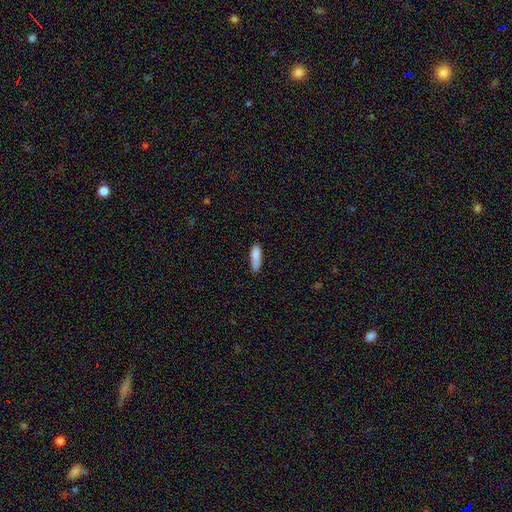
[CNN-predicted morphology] A smooth galaxy with no disk features (85%) that is cigar-shaped (51%).

Vote fractions:
- Smooth or featured? smooth: 85% / featured or disk: 8% / star or artifact: 7%
- How rounded? cigar-shaped: 51% / in between: 48% / round: 2%
- Merging? none: 67% / minor disturbance: 25% / major disturbance: 5% / merger: 3%